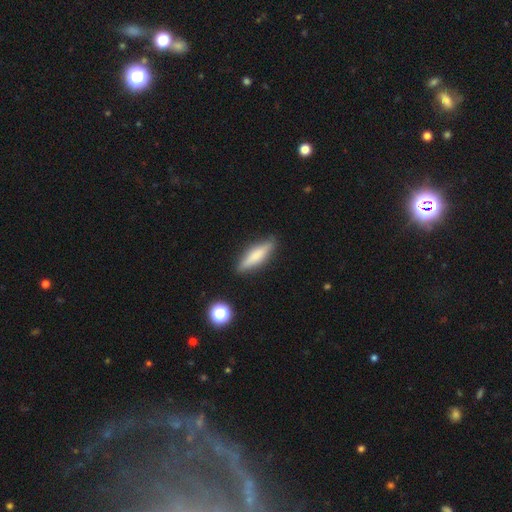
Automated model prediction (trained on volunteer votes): smooth-or-featured: smooth: 62% | featured or disk: 31% | star or artifact: 7%
  how-rounded: cigar-shaped: 73% | in between: 25% | round: 2%
  merging: none: 87% | minor disturbance: 10% | major disturbance: 2% | merger: 2%